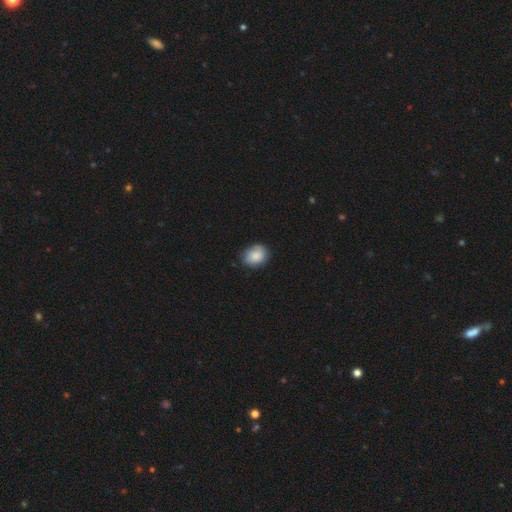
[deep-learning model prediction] smooth_or_featured: smooth (p=0.85) [alt: featured or disk p=0.08]
how_rounded: round (p=0.50) [alt: in between p=0.49]
merging: none (p=0.79) [alt: minor disturbance p=0.17]